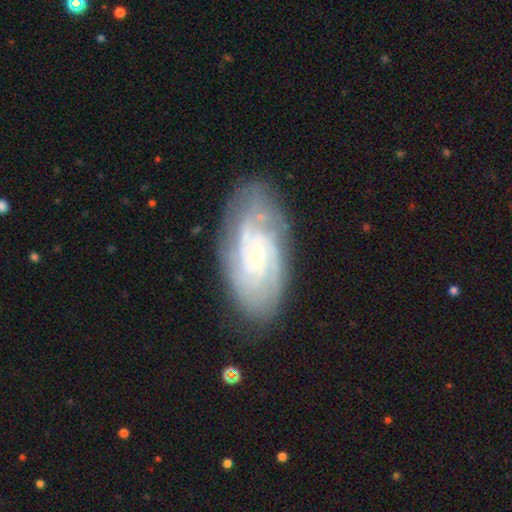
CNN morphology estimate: Smooth or featured: featured or disk — 82% (smooth — 12%)
Edge-on disk: no — 95% (yes — 5%)
Bar: no — 71% (weak — 24%)
Spiral arms: yes — 95% (no — 5%)
Spiral winding: tight — 69% (medium — 26%)
Spiral arm count: can't tell — 36% (4 — 18%)
Bulge size: small — 84% (moderate — 11%)
Merging: none — 77% (minor disturbance — 16%)